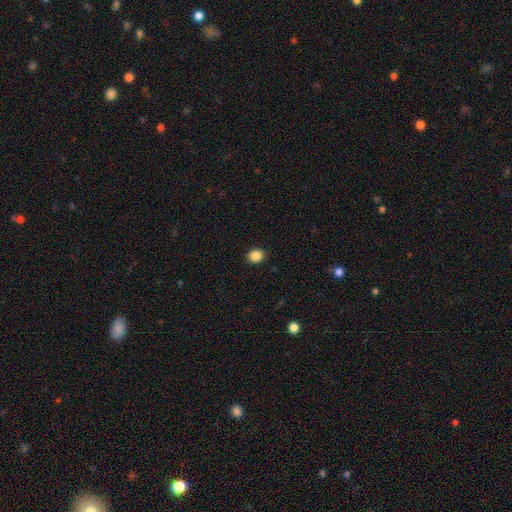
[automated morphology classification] smooth 86%, star or artifact 10%, featured or disk 4%. Down the decision tree: how rounded — round (65%); merging — none (91%).